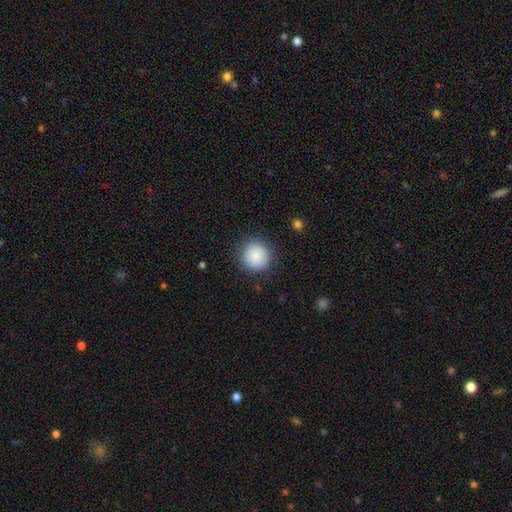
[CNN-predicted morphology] A smooth galaxy with no disk features (87%) that is round (94%). Merging: none (87%).